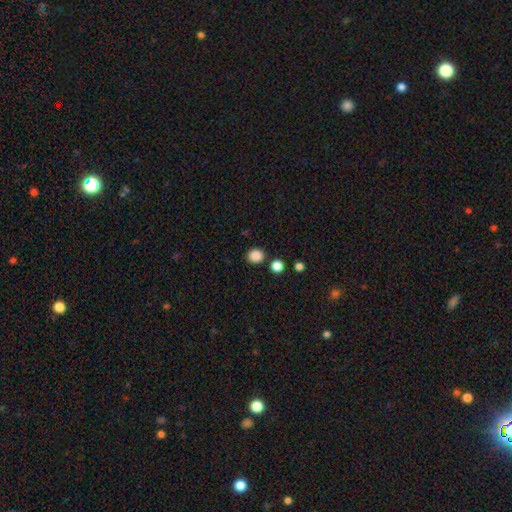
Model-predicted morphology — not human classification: A smooth galaxy with no disk features (87%) that is round (80%). Merging: none (85%).